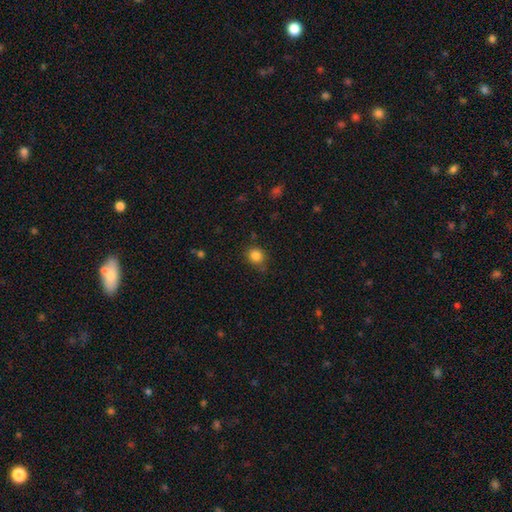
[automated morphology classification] Smooth or featured: smooth — 84% (star or artifact — 11%)
How rounded: round — 78% (in between — 21%)
Merging: none — 75% (minor disturbance — 19%)